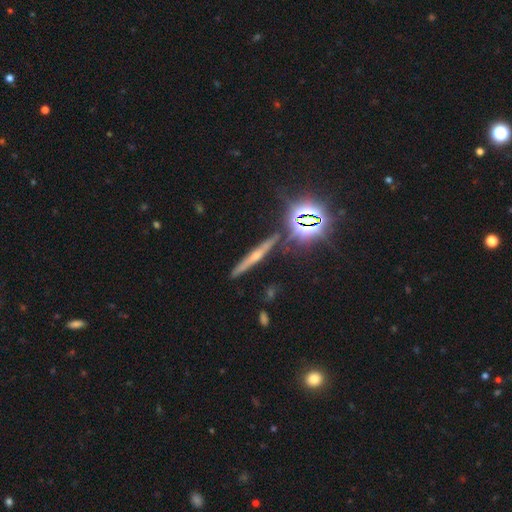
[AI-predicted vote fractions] A featured or disk galaxy (53%) viewed edge-on (94%).

Vote fractions:
- Smooth or featured? featured or disk: 53% / star or artifact: 28% / smooth: 19%
- Edge-on disk? yes: 94% / no: 6%
- Merging? none: 87% / minor disturbance: 8% / merger: 3% / major disturbance: 2%